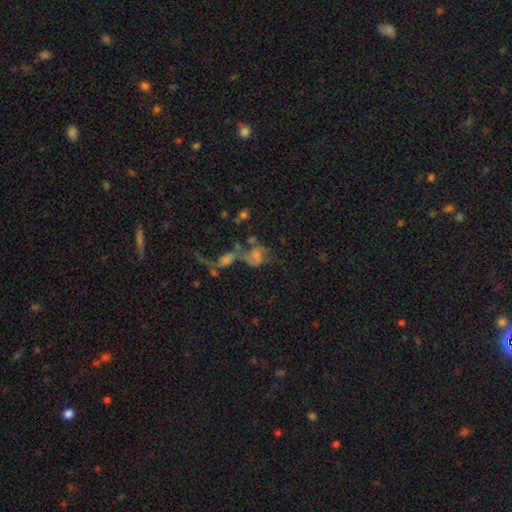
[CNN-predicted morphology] type=star or artifact (42%).